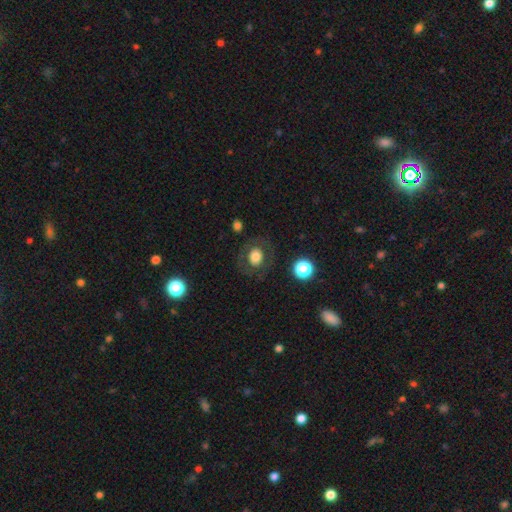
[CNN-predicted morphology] Smooth or featured? smooth (68%)
How rounded? round (62%)
Merging? none (79%)